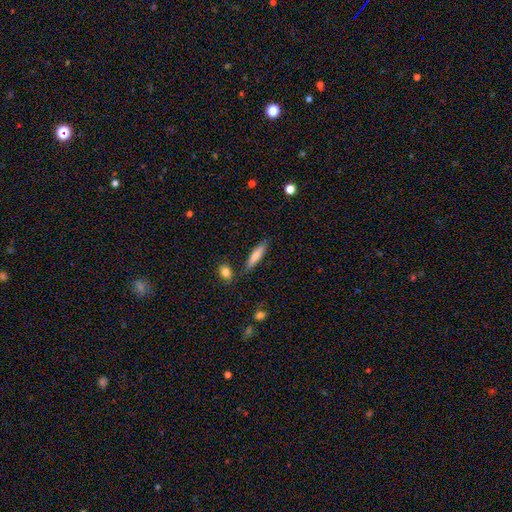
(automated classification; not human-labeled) A smooth galaxy with no disk features (81%) that is cigar-shaped (79%).

Vote fractions:
- Smooth or featured? smooth: 81% / featured or disk: 13% / star or artifact: 6%
- How rounded? cigar-shaped: 79% / in between: 19% / round: 2%
- Merging? none: 84% / minor disturbance: 10% / merger: 4% / major disturbance: 2%